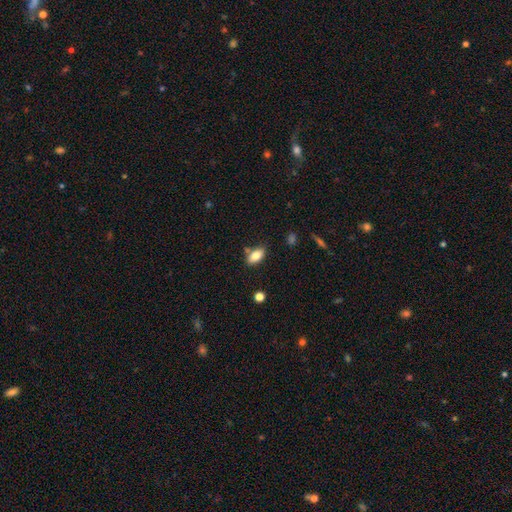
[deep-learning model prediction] Smooth or featured? Predicted: smooth (p=0.80). How rounded? Predicted: in between (p=0.90). Merging? Predicted: none (p=0.77).